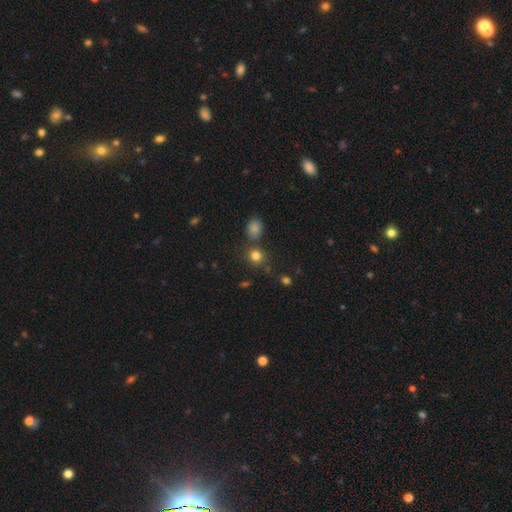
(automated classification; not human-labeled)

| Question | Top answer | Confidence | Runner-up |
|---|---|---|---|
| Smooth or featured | smooth | 80% | star or artifact (14%) |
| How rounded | round | 82% | in between (17%) |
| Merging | none | 72% | merger (14%) |